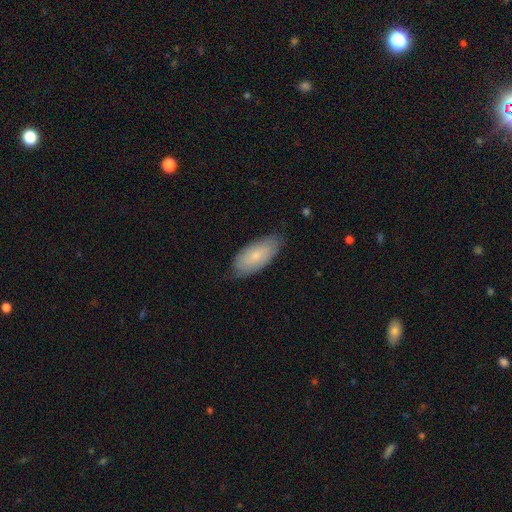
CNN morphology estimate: A smooth galaxy with no disk features (66%) that is in between round and cigar-shaped (89%).

Vote fractions:
- Smooth or featured? smooth: 66% / featured or disk: 27% / star or artifact: 6%
- How rounded? in between: 89% / cigar-shaped: 8% / round: 2%
- Merging? none: 76% / minor disturbance: 20% / major disturbance: 3% / merger: 1%